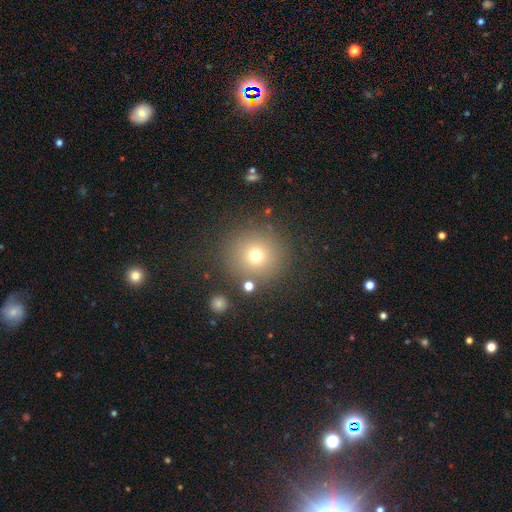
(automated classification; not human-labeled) smooth-or-featured: smooth: 70% | star or artifact: 18% | featured or disk: 11%
  how-rounded: round: 93% | in between: 6% | cigar-shaped: 1%
  merging: none: 84% | minor disturbance: 8% | major disturbance: 4% | merger: 4%